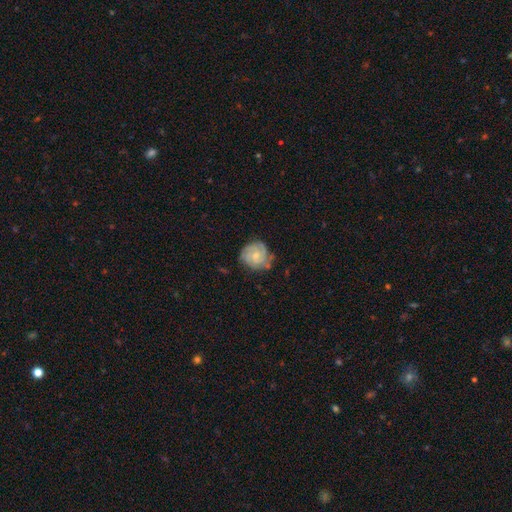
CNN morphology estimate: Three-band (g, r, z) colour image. It shows a featured or disk galaxy (64%) with no bar (74%), tight (66%) spiral arms (88%) and a small central bulge (52%). Merging: none (68%).